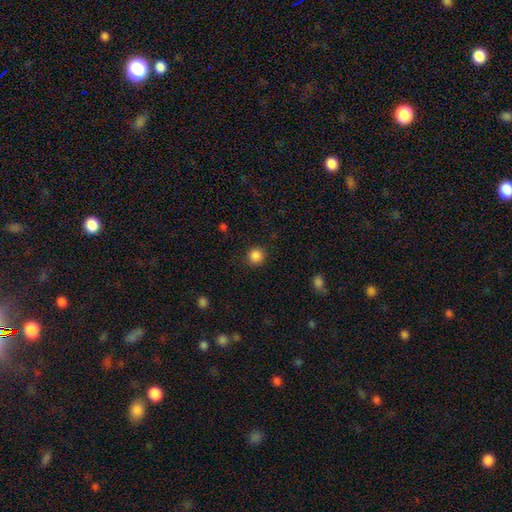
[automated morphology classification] Q: Smooth or featured?
A: smooth (86%); runner-up: star or artifact (11%)
Q: How rounded?
A: round (92%); runner-up: in between (7%)
Q: Merging?
A: none (90%); runner-up: minor disturbance (7%)